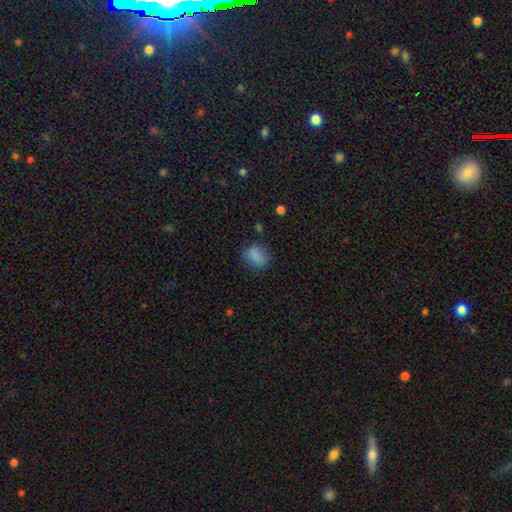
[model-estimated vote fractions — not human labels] Smooth or featured? smooth (83%)
How rounded? in between (63%)
Merging? none (71%)